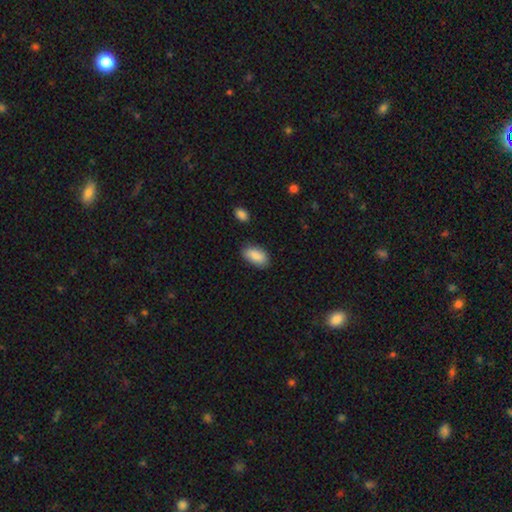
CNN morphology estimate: Smooth or featured? smooth (88%)
How rounded? in between (93%)
Merging? none (81%)